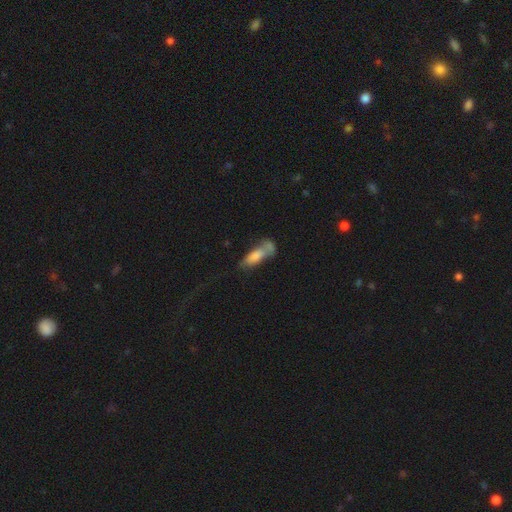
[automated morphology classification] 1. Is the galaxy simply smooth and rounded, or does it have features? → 71% smooth, 20% featured or disk, 9% star or artifact.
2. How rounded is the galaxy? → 67% in between, 30% cigar-shaped, 3% round.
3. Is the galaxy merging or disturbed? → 41% merger, 29% none, 16% minor disturbance, 14% major disturbance.